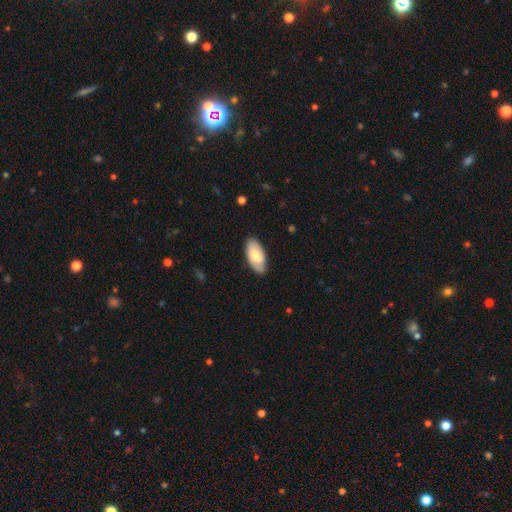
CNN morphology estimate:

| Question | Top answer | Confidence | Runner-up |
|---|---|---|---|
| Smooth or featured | smooth | 64% | featured or disk (31%) |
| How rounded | in between | 93% | cigar-shaped (5%) |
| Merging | none | 83% | minor disturbance (13%) |